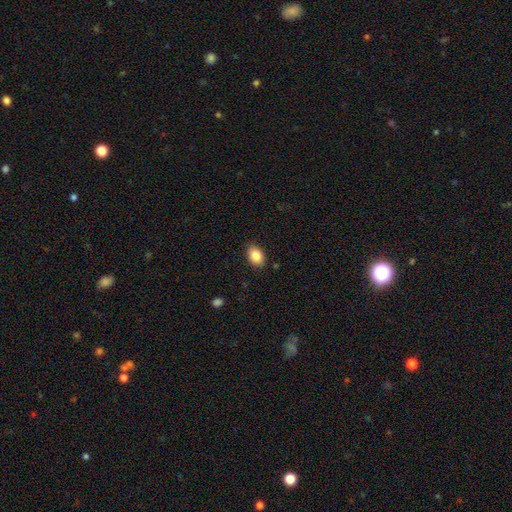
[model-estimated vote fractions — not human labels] Smooth or featured?
  - smooth: 87% *
  - star or artifact: 8%
  - featured or disk: 6%
How rounded?
  - in between: 84% *
  - round: 14%
  - cigar-shaped: 1%
Merging?
  - none: 87% *
  - minor disturbance: 9%
  - major disturbance: 2%
  - merger: 1%